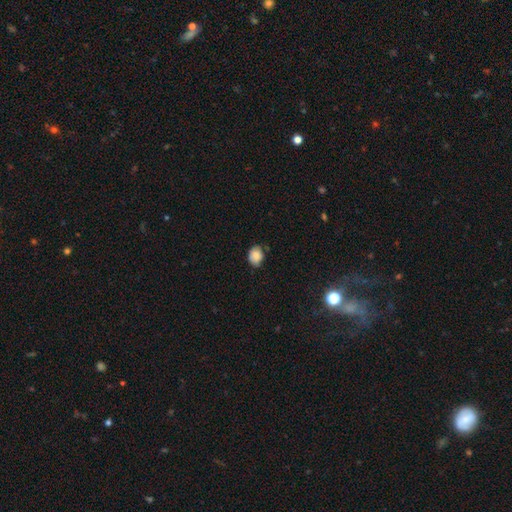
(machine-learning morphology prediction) smooth 84%, star or artifact 9%, featured or disk 7%. Down the decision tree: how rounded — in between (53%); merging — none (68%).